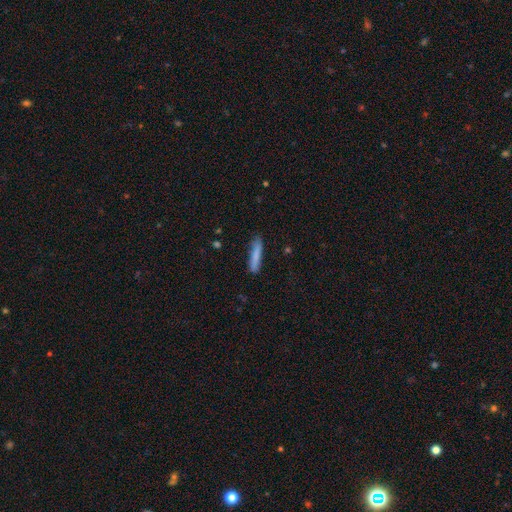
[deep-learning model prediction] Overall: smooth (82%). How rounded: cigar-shaped (89%). Merging: none (81%).